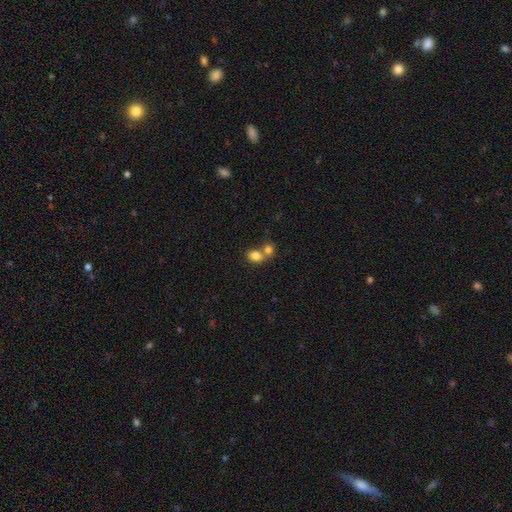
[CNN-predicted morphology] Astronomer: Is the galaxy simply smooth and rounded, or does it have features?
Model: smooth — 81%.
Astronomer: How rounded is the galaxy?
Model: in between — 53% (runner-up: round, 46%).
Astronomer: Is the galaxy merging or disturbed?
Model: merger — 58%.